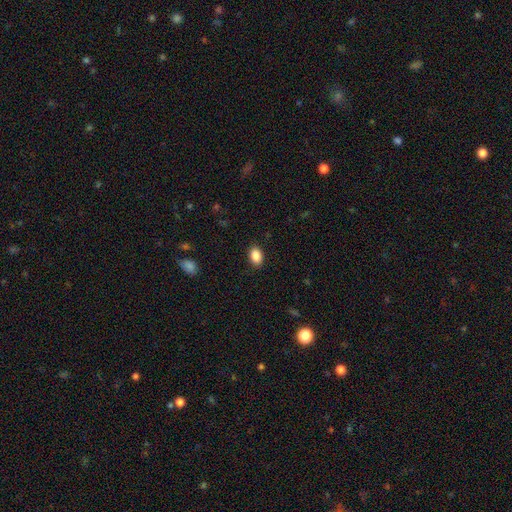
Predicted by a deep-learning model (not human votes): This appears to be a smooth galaxy with no disk features (88%) that is in between round and cigar-shaped (86%). Merging: none (88%).